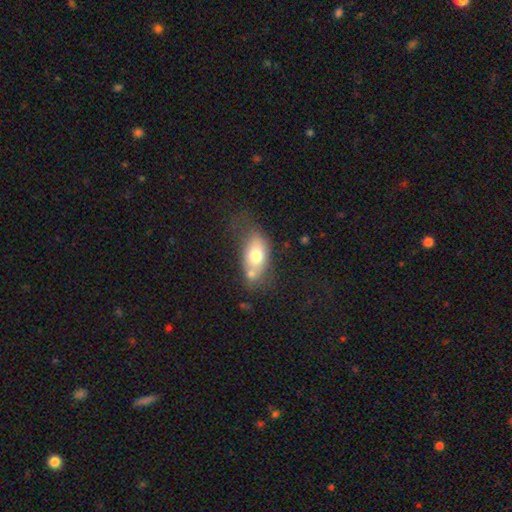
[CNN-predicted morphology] A smooth galaxy with no disk features (68%) that is in between round and cigar-shaped (86%).

Vote fractions:
- Smooth or featured? smooth: 68% / featured or disk: 24% / star or artifact: 8%
- How rounded? in between: 86% / round: 10% / cigar-shaped: 4%
- Merging? none: 45% / minor disturbance: 22% / merger: 22% / major disturbance: 11%